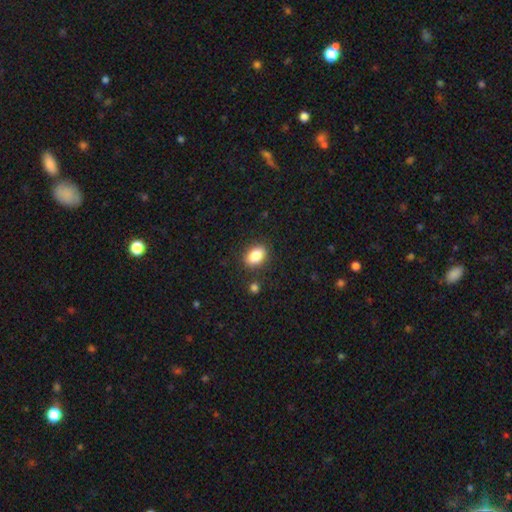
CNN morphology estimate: Overall: smooth (84%). How rounded: in between (81%). Merging: none (84%).